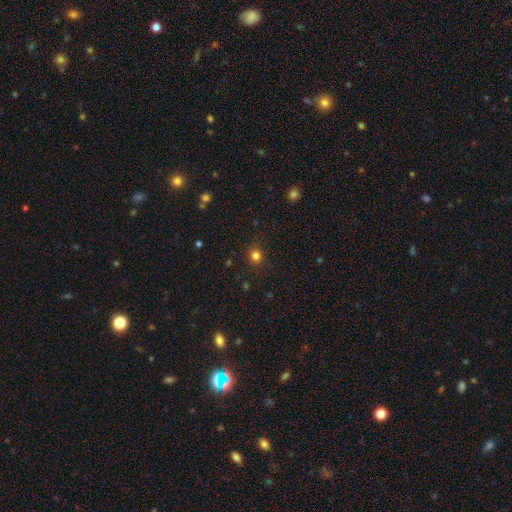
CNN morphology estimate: Smooth or featured: smooth — 81% (star or artifact — 15%)
How rounded: round — 84% (in between — 15%)
Merging: none — 87% (minor disturbance — 9%)